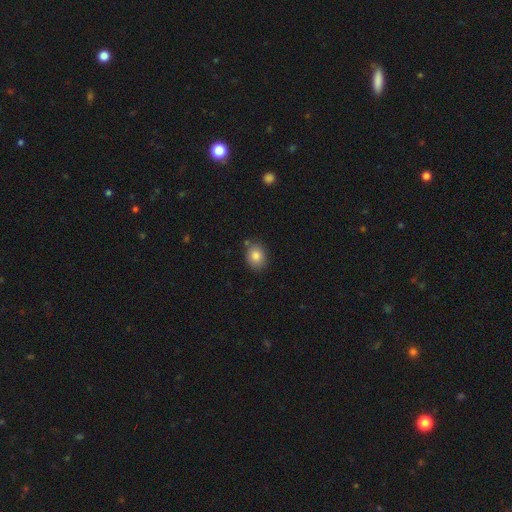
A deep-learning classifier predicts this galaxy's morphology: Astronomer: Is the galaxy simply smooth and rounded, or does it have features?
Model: smooth — 83%.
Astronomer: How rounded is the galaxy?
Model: round — 54% (runner-up: in between, 45%).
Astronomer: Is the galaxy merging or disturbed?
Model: none — 79%.